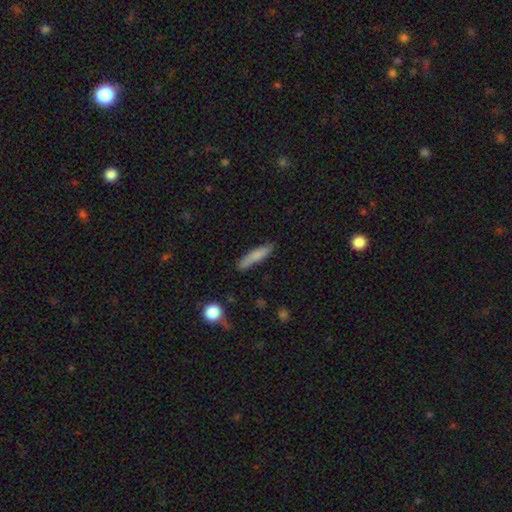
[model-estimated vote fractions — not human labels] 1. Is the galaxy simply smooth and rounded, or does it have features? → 75% smooth, 18% featured or disk, 7% star or artifact.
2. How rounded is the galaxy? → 87% cigar-shaped, 11% in between, 2% round.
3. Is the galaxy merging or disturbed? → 79% none, 16% minor disturbance, 3% major disturbance, 2% merger.